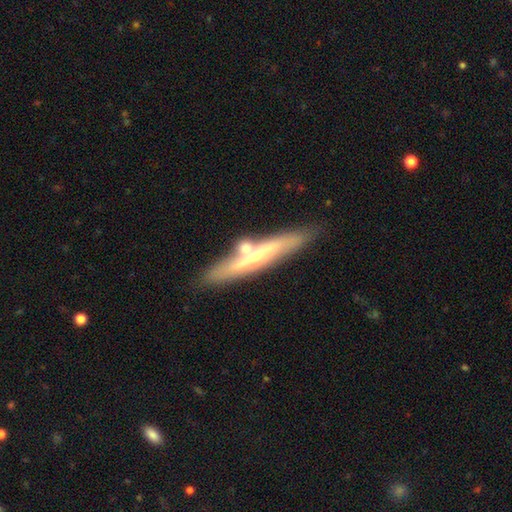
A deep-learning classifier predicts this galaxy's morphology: Q: Smooth or featured?
A: featured or disk (59%); runner-up: smooth (34%)
Q: Edge-on disk?
A: yes (81%); runner-up: no (19%)
Q: Merging?
A: none (68%); runner-up: merger (15%)